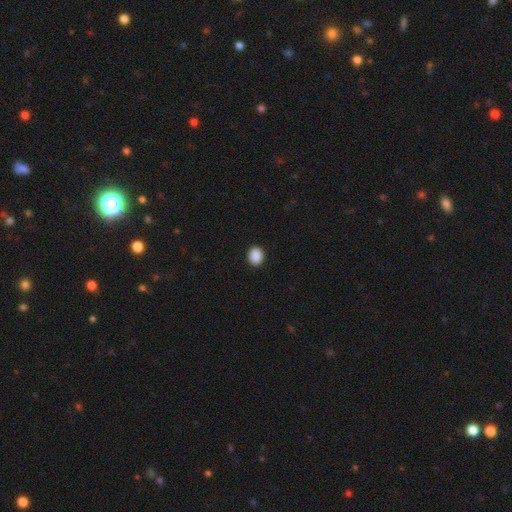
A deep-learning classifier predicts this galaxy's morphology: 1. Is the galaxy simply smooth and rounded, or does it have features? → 90% smooth, 8% star or artifact, 2% featured or disk.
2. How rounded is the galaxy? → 55% round, 44% in between, 1% cigar-shaped.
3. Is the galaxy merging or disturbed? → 90% none, 7% minor disturbance, 2% major disturbance, 1% merger.